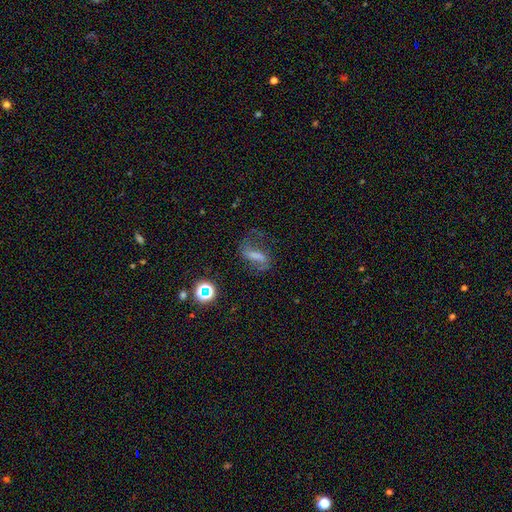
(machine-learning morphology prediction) The model was most divided on "smooth or featured": featured or disk: 50%, smooth: 27%, star or artifact: 23%. More confident: edge-on disk — no (87%); merging — none (58%).